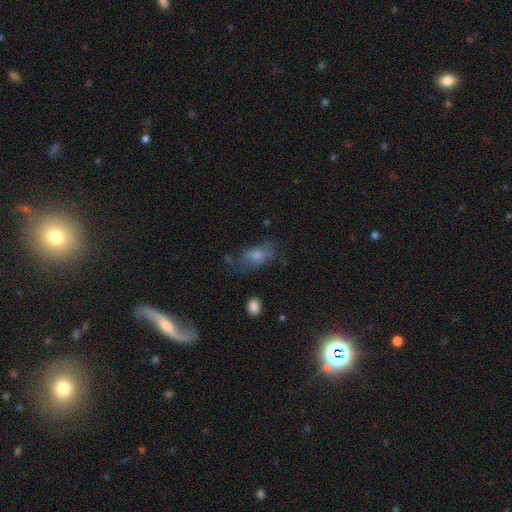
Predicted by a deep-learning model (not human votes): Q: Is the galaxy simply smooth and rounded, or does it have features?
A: featured or disk — 42%.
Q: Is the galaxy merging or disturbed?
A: none — 65%.